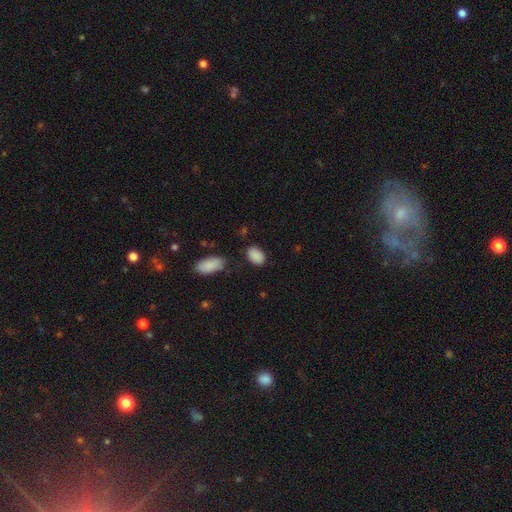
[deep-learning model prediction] This appears to be a smooth galaxy with no disk features (89%) that is in between round and cigar-shaped (88%). Merging: none (78%).